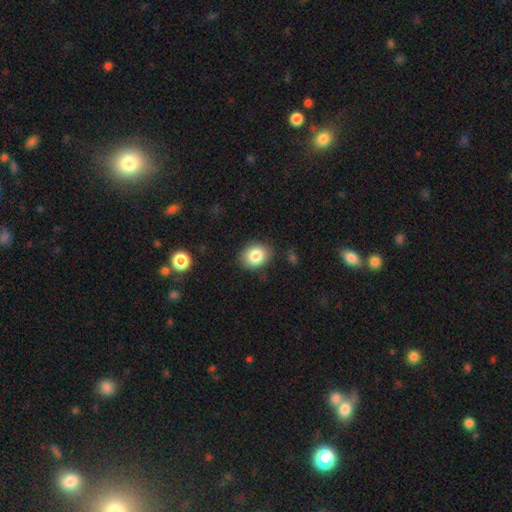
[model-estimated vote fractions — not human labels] Smooth or featured?
  - smooth: 83% *
  - star or artifact: 9%
  - featured or disk: 8%
How rounded?
  - round: 51% *
  - in between: 49%
  - cigar-shaped: 1%
Merging?
  - none: 83% *
  - minor disturbance: 12%
  - major disturbance: 3%
  - merger: 2%